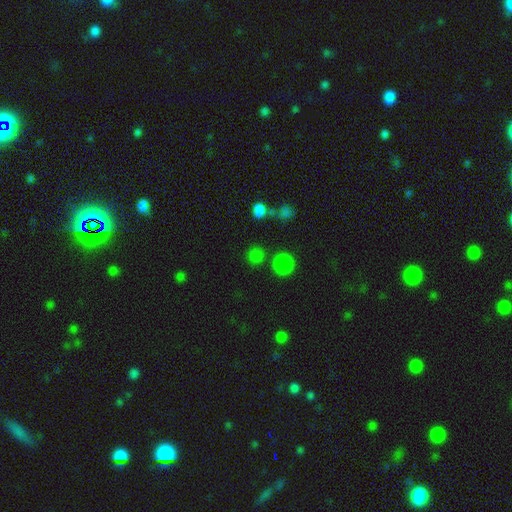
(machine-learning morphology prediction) Overall: smooth (72%). How rounded: round (86%). Merging: none (80%).